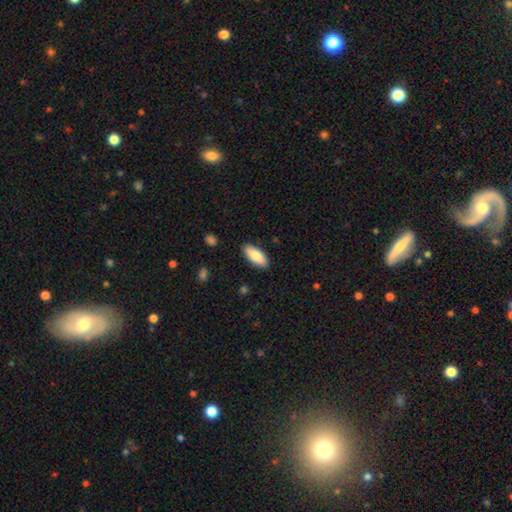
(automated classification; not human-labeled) Smooth or featured? smooth (85%)
How rounded? in between (83%)
Merging? none (87%)